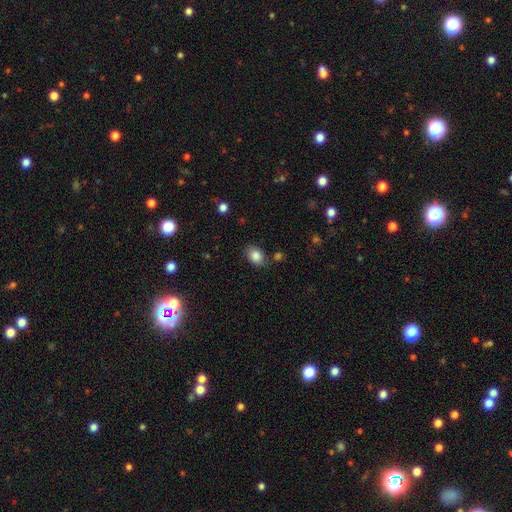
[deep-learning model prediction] Morphology: type=smooth (85%); roundness=in between (78%); merging=none (79%).